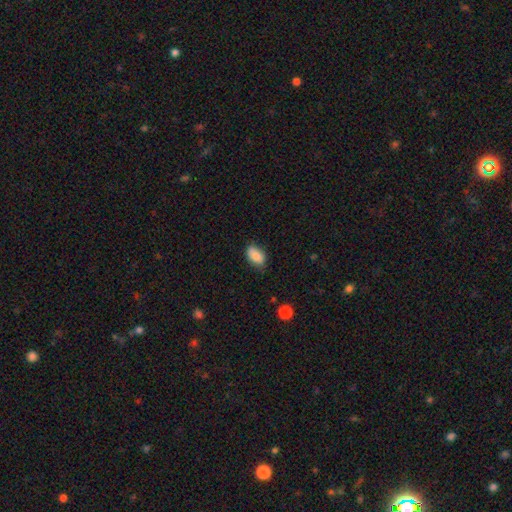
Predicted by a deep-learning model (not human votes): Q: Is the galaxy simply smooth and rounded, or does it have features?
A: smooth — 84%.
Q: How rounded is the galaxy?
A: in between — 90%.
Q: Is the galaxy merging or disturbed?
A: none — 73%.